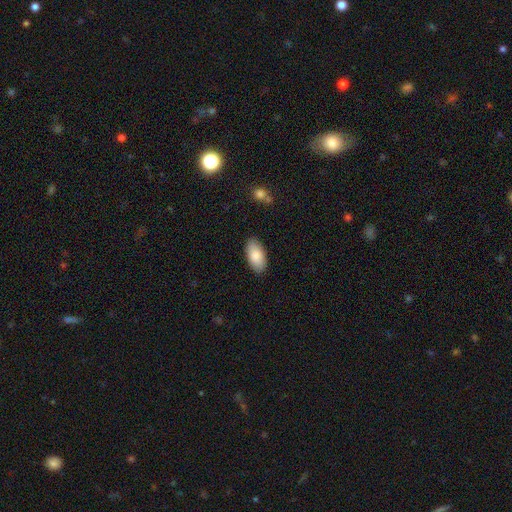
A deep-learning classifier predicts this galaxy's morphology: Overall: smooth (85%). How rounded: in between (94%). Merging: none (87%).